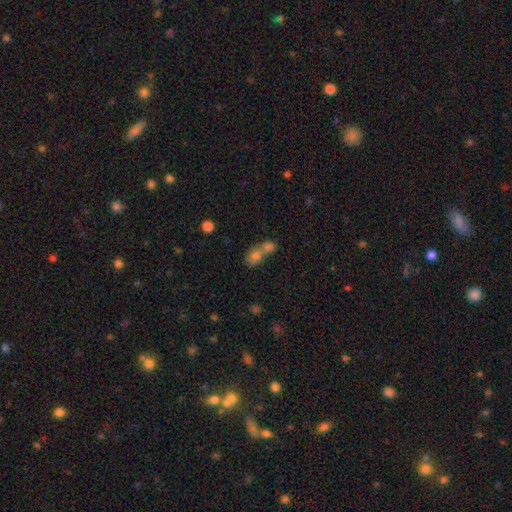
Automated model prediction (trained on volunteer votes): smooth_or_featured: smooth (p=0.79) [alt: star or artifact p=0.11]
how_rounded: in between (p=0.60) [alt: round p=0.38]
merging: merger (p=0.68) [alt: none p=0.23]